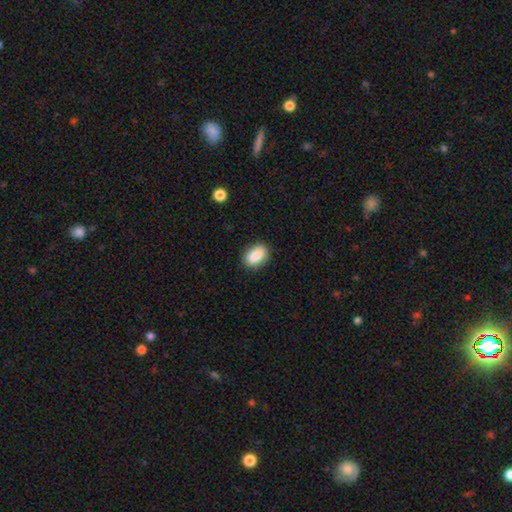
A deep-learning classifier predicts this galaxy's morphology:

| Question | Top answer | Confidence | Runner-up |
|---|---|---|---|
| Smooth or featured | smooth | 86% | star or artifact (8%) |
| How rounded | in between | 85% | round (11%) |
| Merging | none | 85% | minor disturbance (11%) |